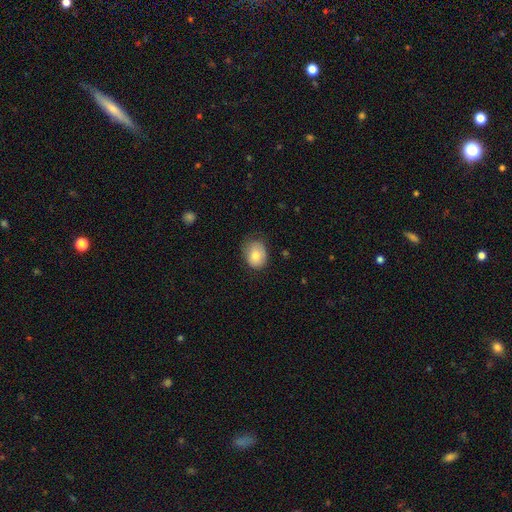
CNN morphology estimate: A smooth galaxy with no disk features (77%) that is in between round and cigar-shaped (53%).

Vote fractions:
- Smooth or featured? smooth: 77% / featured or disk: 15% / star or artifact: 8%
- How rounded? in between: 53% / round: 46% / cigar-shaped: 1%
- Merging? none: 63% / minor disturbance: 29% / major disturbance: 7% / merger: 1%